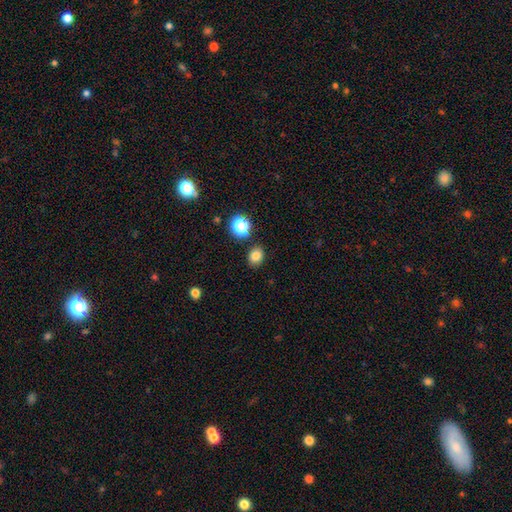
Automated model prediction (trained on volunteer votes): Smooth or featured: smooth — 80% (star or artifact — 14%)
How rounded: round — 53% (in between — 46%)
Merging: none — 85% (minor disturbance — 9%)